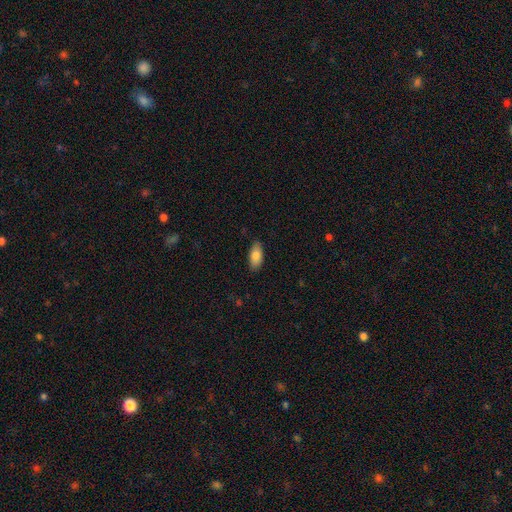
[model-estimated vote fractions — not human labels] Overall: smooth (82%). How rounded: in between (88%). Merging: none (86%).